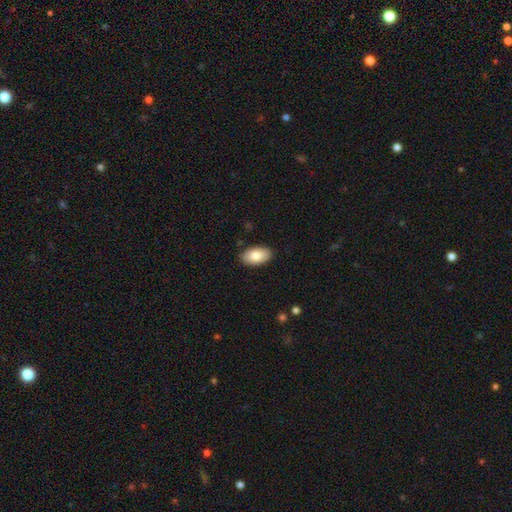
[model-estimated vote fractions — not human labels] Smooth or featured? smooth (82%)
How rounded? in between (95%)
Merging? none (88%)